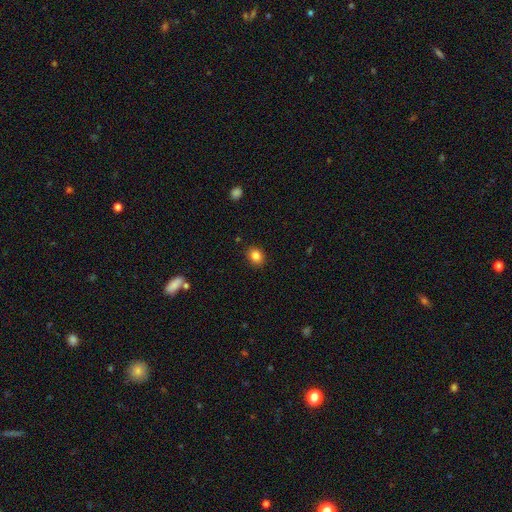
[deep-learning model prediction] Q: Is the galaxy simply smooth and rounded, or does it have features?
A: smooth — 84%.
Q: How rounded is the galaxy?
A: round — 59%.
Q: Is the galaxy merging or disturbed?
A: none — 88%.